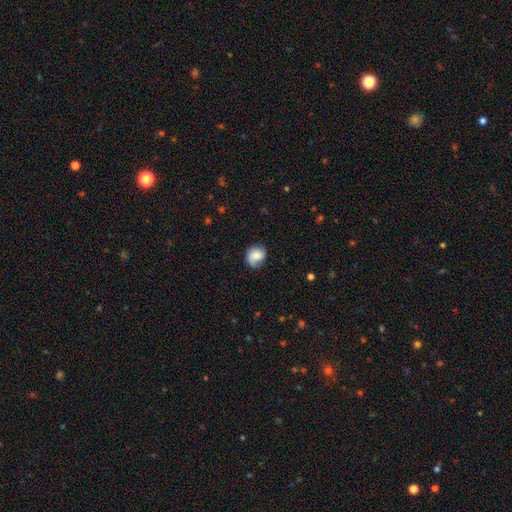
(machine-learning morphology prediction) Smooth or featured? smooth (57%)
How rounded? round (70%)
Merging? none (72%)